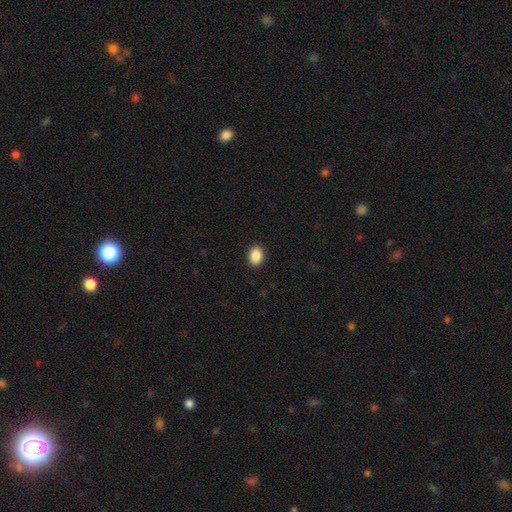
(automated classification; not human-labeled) Overall: smooth (89%). How rounded: in between (70%). Merging: none (91%).